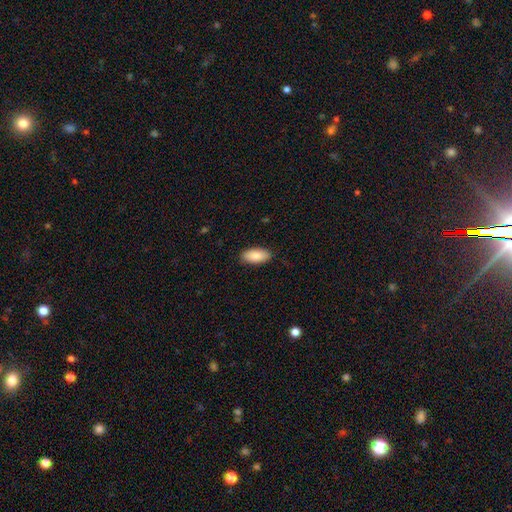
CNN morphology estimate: type=smooth (86%); roundness=in between (91%); merging=none (88%).